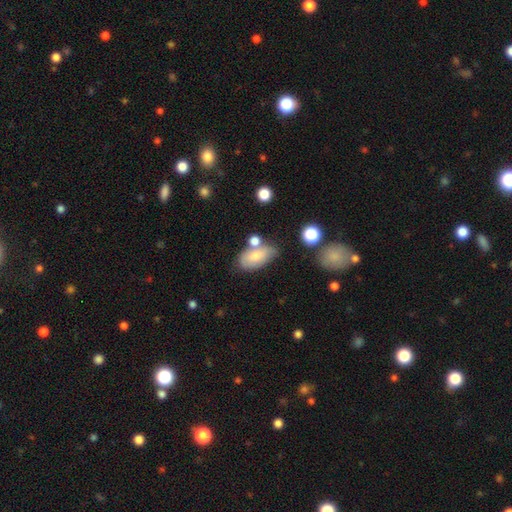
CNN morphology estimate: Smooth or featured: smooth — 74% (featured or disk — 18%)
How rounded: in between — 90% (round — 5%)
Merging: none — 53% (minor disturbance — 21%)